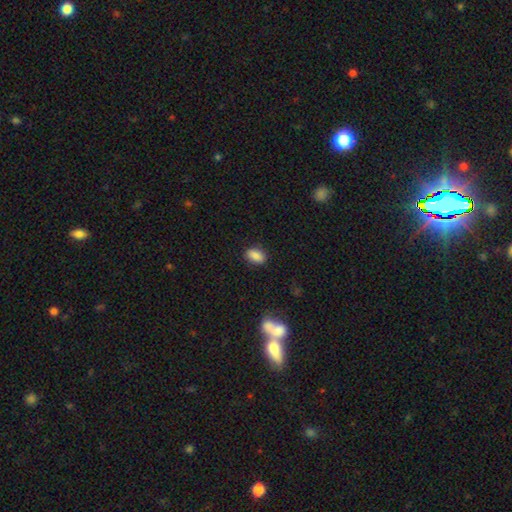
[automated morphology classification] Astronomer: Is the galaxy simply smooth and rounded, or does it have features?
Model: smooth — 85%.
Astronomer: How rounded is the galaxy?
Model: in between — 85%.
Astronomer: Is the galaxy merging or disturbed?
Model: none — 86%.